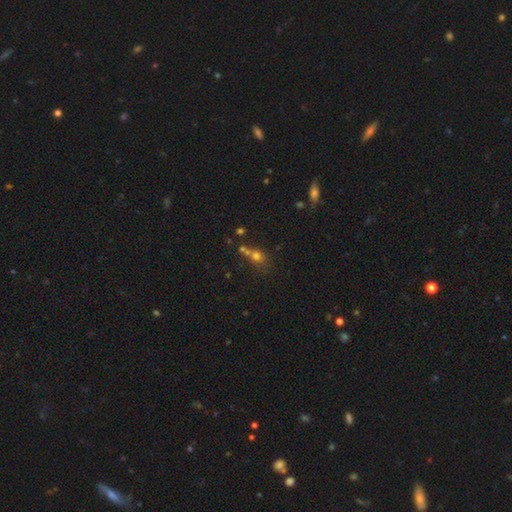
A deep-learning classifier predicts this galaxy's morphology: Overall: smooth (60%; star or artifact 26%). How rounded: round (72%). Merging: none (46%; merger 34%).